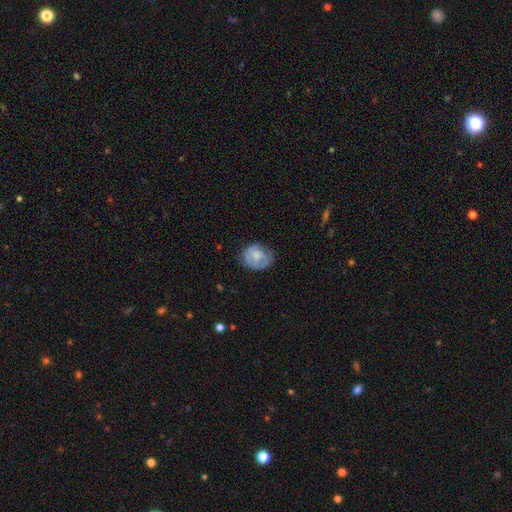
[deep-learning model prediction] smooth-or-featured: smooth: 63% | featured or disk: 30% | star or artifact: 7%
  how-rounded: round: 55% | in between: 44% | cigar-shaped: 1%
  merging: none: 62% | minor disturbance: 27% | major disturbance: 10% | merger: 1%